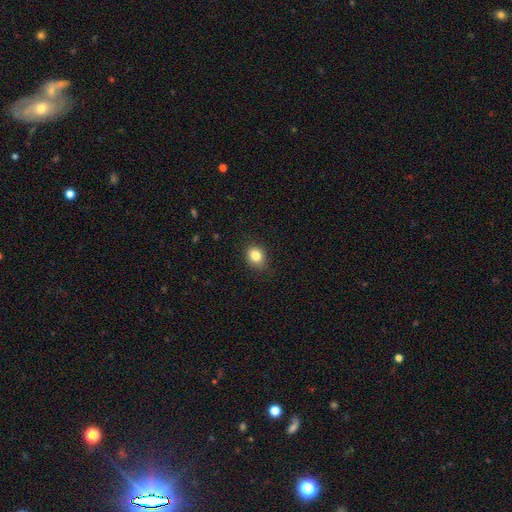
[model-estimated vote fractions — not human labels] Morphology: type=smooth (83%); roundness=round (53%); merging=none (83%).